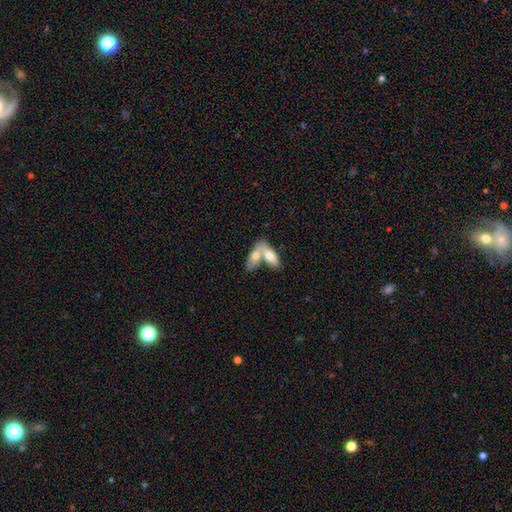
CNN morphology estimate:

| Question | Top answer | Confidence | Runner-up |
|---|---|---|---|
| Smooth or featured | smooth | 68% | featured or disk (26%) |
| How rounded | in between | 82% | cigar-shaped (14%) |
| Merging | merger | 70% | none (20%) |